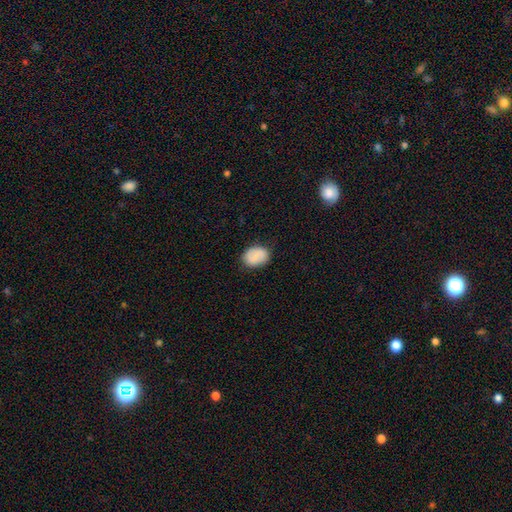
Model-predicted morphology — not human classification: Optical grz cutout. It shows a smooth galaxy with no disk features (82%) that is in between round and cigar-shaped (67%). Merging: none (84%).